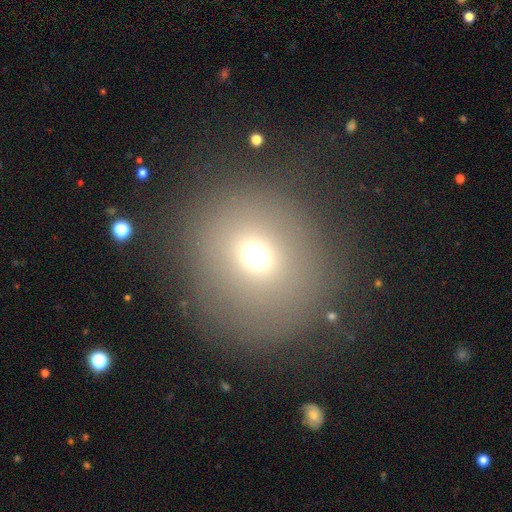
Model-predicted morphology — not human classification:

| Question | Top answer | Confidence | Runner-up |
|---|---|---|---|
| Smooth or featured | smooth | 67% | star or artifact (21%) |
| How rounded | round | 81% | in between (18%) |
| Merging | none | 79% | minor disturbance (10%) |